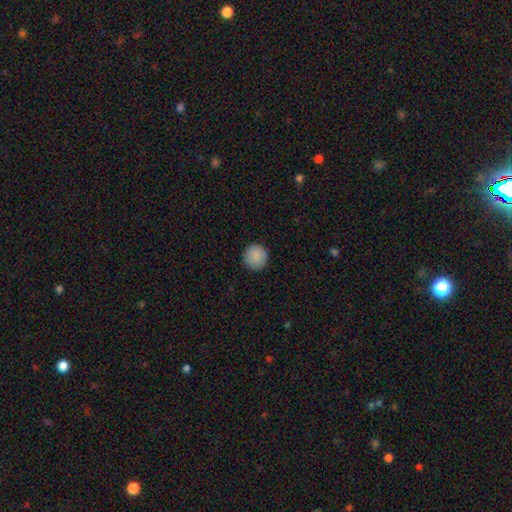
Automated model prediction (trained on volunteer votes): smooth_or_featured: smooth (p=0.89) [alt: star or artifact p=0.08]
how_rounded: round (p=0.95) [alt: in between p=0.04]
merging: none (p=0.92) [alt: minor disturbance p=0.06]